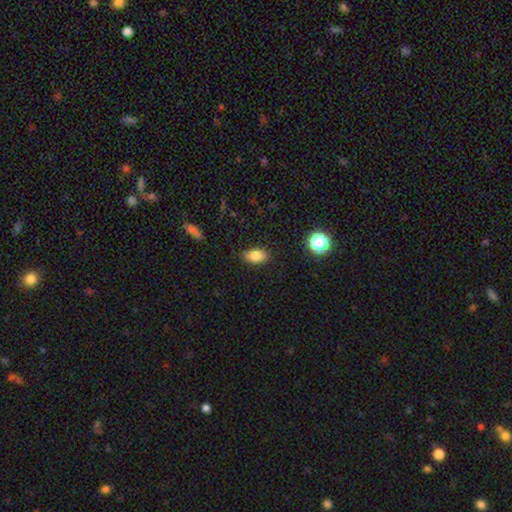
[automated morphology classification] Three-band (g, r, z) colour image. It shows a smooth galaxy with no disk features (82%) that is in between round and cigar-shaped (86%). Merging: none (84%).